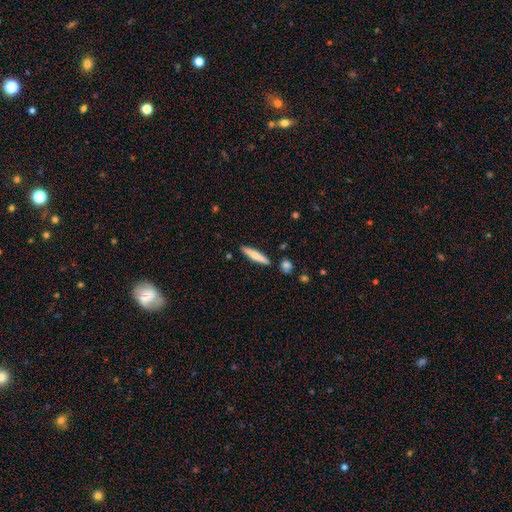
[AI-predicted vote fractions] The model was most divided on "smooth or featured": smooth: 62%, featured or disk: 32%, star or artifact: 6%. More confident: how rounded — cigar-shaped (88%); merging — none (88%).